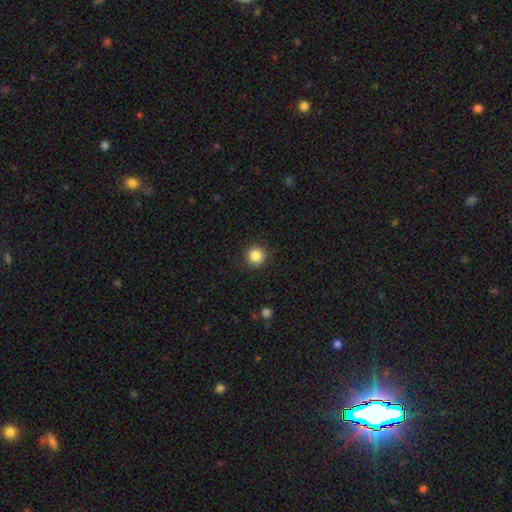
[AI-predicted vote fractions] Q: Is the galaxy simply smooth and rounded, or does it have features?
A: smooth — 86%.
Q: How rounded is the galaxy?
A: round — 95%.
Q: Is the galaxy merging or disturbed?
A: none — 91%.